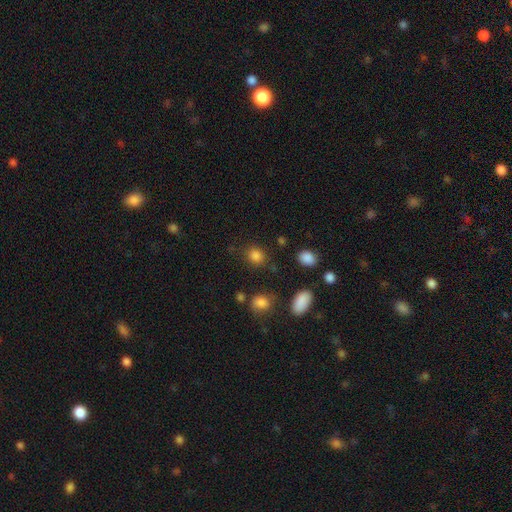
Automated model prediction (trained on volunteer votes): Smooth or featured? smooth (84%)
How rounded? round (65%)
Merging? none (81%)